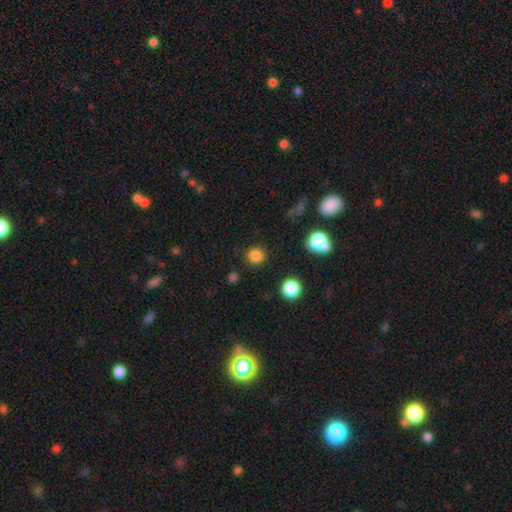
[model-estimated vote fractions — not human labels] Smooth or featured: smooth — 82% (star or artifact — 14%)
How rounded: round — 89% (in between — 10%)
Merging: none — 87% (minor disturbance — 8%)